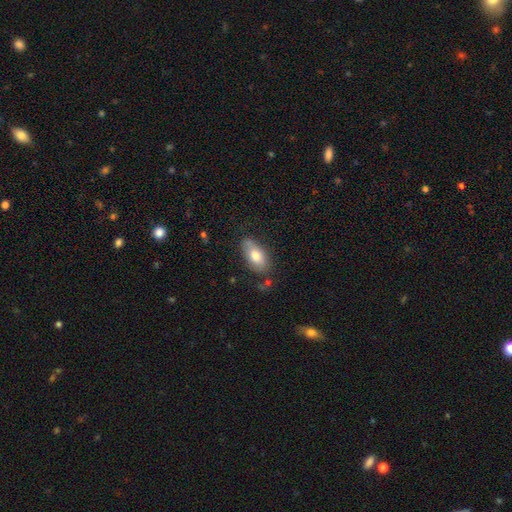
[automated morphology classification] Overall: smooth (74%). How rounded: in between (89%). Merging: none (71%).